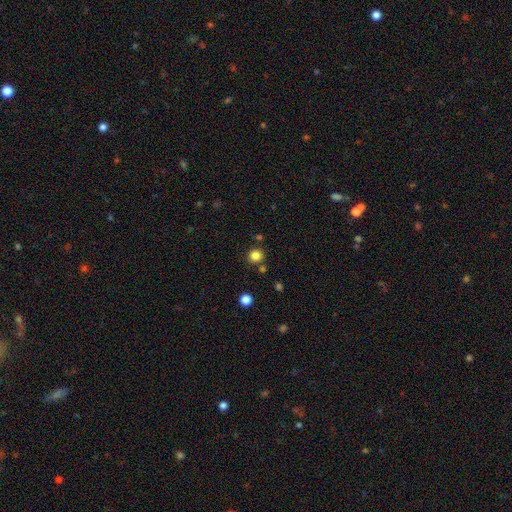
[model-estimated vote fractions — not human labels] Smooth or featured? Predicted: smooth (p=0.82). How rounded? Predicted: round (p=0.92). Merging? Predicted: none (p=0.84).